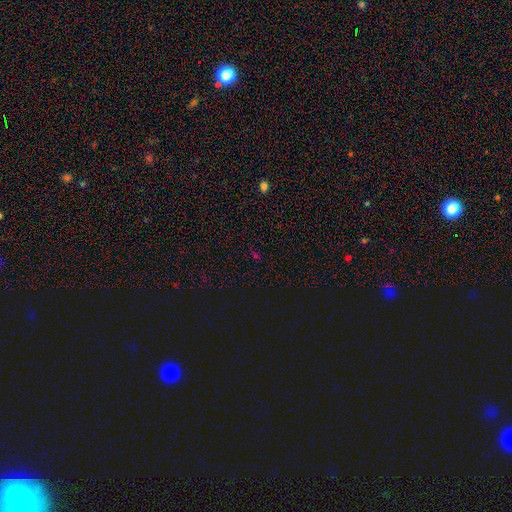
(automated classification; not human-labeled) Q: Smooth or featured?
A: star or artifact (63%); runner-up: smooth (29%)